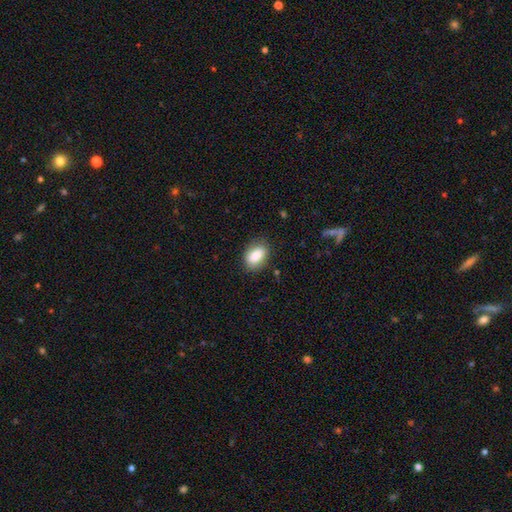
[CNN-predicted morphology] Overall: smooth (84%). How rounded: in between (87%). Merging: none (82%).